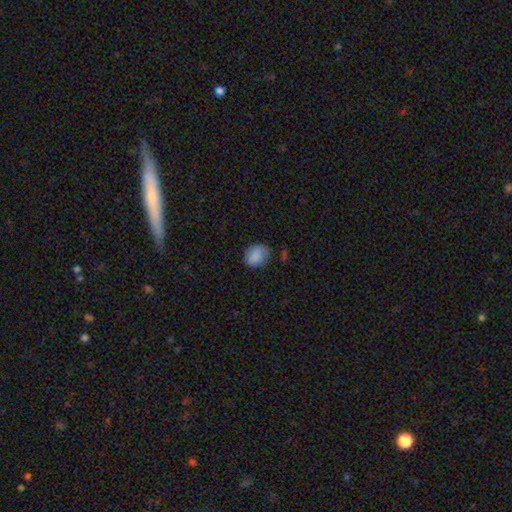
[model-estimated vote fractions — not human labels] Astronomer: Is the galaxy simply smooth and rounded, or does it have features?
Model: smooth — 85%.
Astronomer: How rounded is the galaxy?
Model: in between — 52% (runner-up: round, 47%).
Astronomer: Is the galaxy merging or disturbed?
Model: none — 70%.